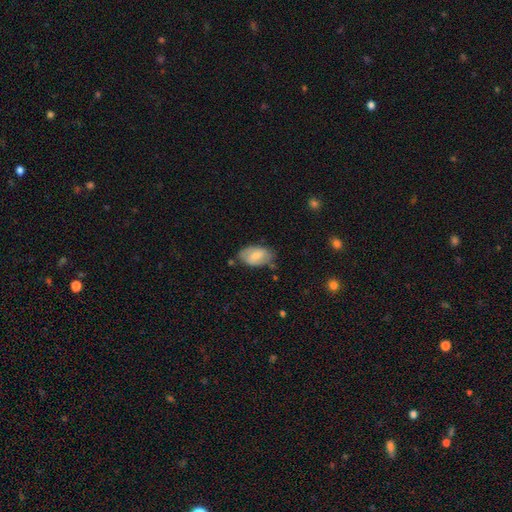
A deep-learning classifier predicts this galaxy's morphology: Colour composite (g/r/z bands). It shows a smooth galaxy with no disk features (69%) that is in between round and cigar-shaped (92%). Merging: none (67%).